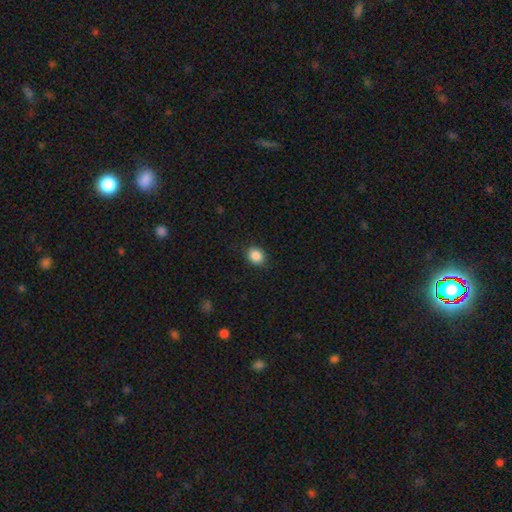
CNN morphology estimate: Smooth or featured?
  - smooth: 87% *
  - star or artifact: 9%
  - featured or disk: 4%
How rounded?
  - round: 56% *
  - in between: 43%
  - cigar-shaped: 1%
Merging?
  - none: 87% *
  - minor disturbance: 9%
  - major disturbance: 3%
  - merger: 1%